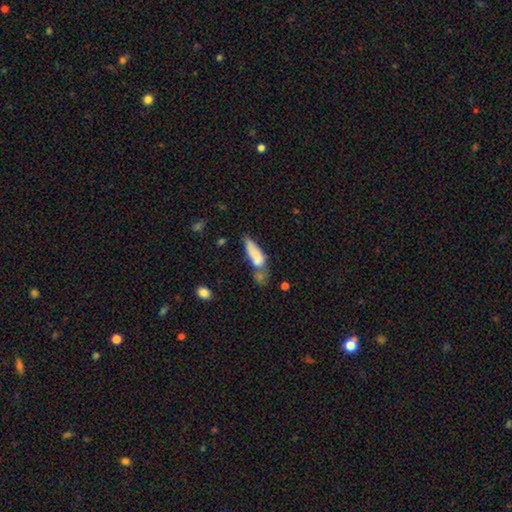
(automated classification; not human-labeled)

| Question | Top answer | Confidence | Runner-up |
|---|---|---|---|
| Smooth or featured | smooth | 74% | featured or disk (18%) |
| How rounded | in between | 51% | cigar-shaped (47%) |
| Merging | merger | 33% | none (27%) |